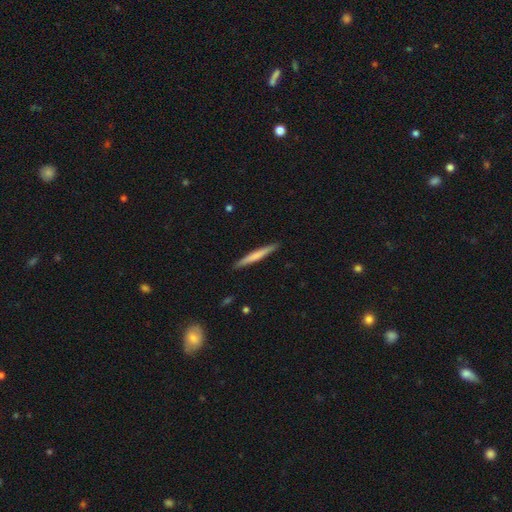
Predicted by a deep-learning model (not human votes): smooth-or-featured: smooth: 61% | featured or disk: 34% | star or artifact: 5%
  how-rounded: cigar-shaped: 96% | in between: 3% | round: 1%
  merging: none: 91% | minor disturbance: 7% | major disturbance: 1% | merger: 1%